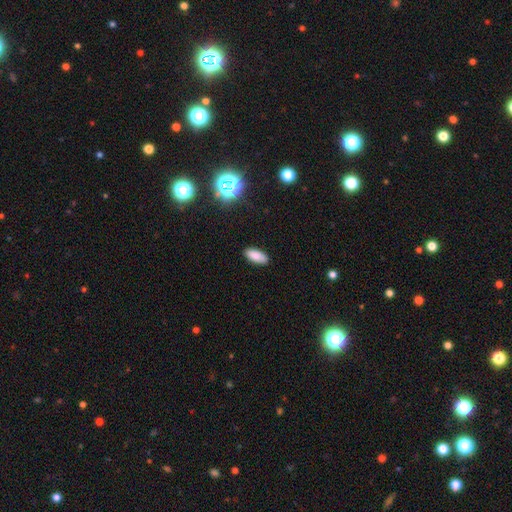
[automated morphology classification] smooth 85%, star or artifact 9%, featured or disk 5%. Down the decision tree: how rounded — in between (85%); merging — none (88%).